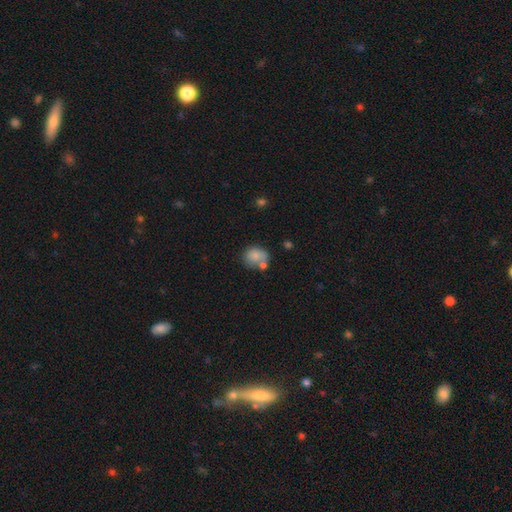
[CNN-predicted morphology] smooth-or-featured: smooth: 79% | featured or disk: 12% | star or artifact: 9%
  how-rounded: round: 63% | in between: 36% | cigar-shaped: 1%
  merging: none: 49% | merger: 25% | minor disturbance: 20% | major disturbance: 7%